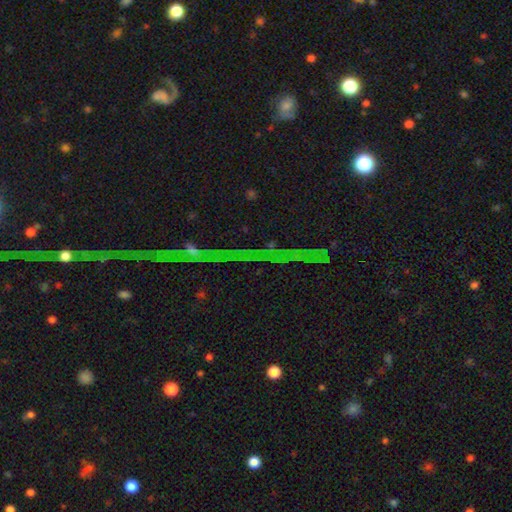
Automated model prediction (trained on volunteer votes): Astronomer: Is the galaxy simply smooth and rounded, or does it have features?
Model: star or artifact — 79%.